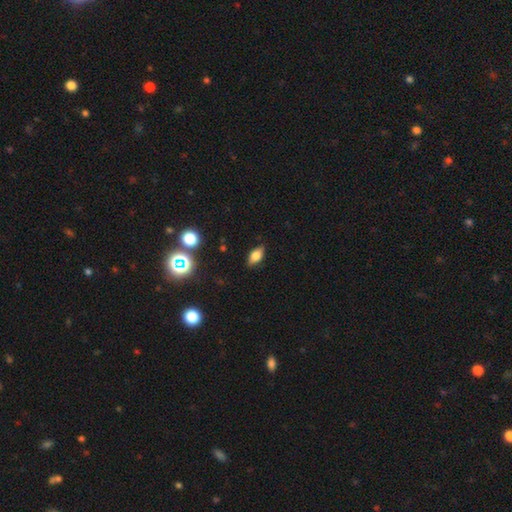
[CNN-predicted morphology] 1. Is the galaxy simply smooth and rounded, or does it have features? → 71% smooth, 18% featured or disk, 11% star or artifact.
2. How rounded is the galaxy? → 85% in between, 9% cigar-shaped, 6% round.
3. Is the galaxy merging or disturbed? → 84% none, 12% minor disturbance, 2% major disturbance, 1% merger.